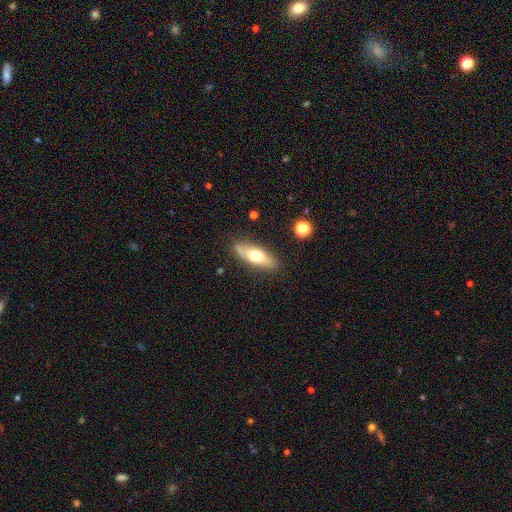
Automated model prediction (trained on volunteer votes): Morphology: type=smooth (58%); roundness=in between (63%); merging=none (83%).